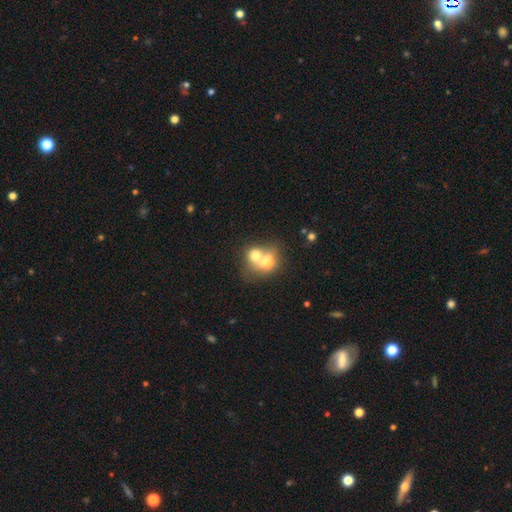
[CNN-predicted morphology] Smooth or featured?
  - smooth: 68% *
  - featured or disk: 23%
  - star or artifact: 9%
How rounded?
  - round: 54% *
  - in between: 45%
  - cigar-shaped: 1%
Merging?
  - merger: 73% *
  - none: 18%
  - minor disturbance: 5%
  - major disturbance: 4%